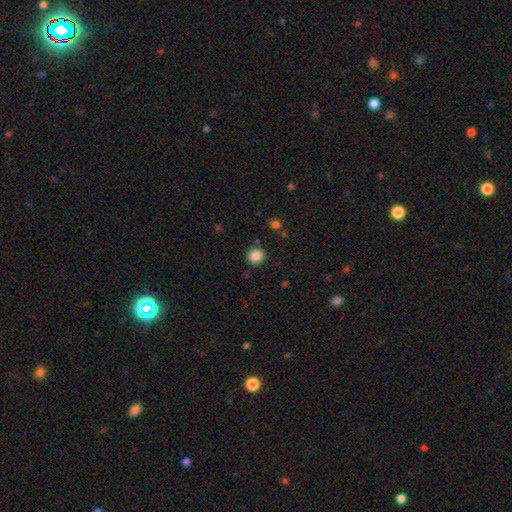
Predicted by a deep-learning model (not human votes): Overall: smooth (86%). How rounded: round (91%). Merging: none (88%).